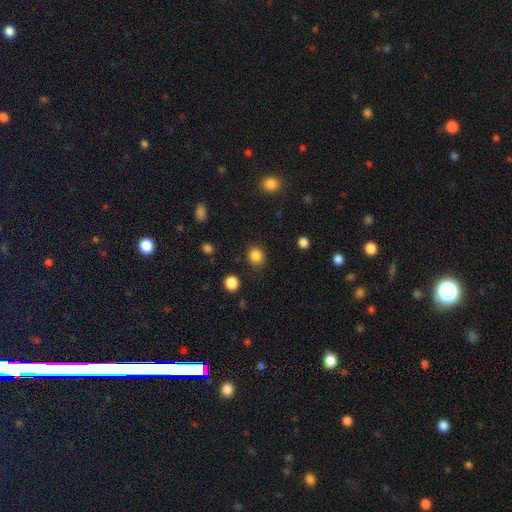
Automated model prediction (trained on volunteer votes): Morphology: type=smooth (85%); roundness=round (73%); merging=none (84%).